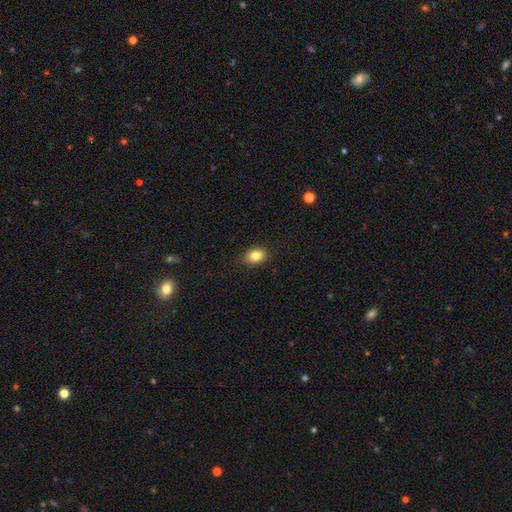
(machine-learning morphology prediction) This is clearly a smooth galaxy (83%). How rounded: likely in between (67%). Merging: clearly none (89%).